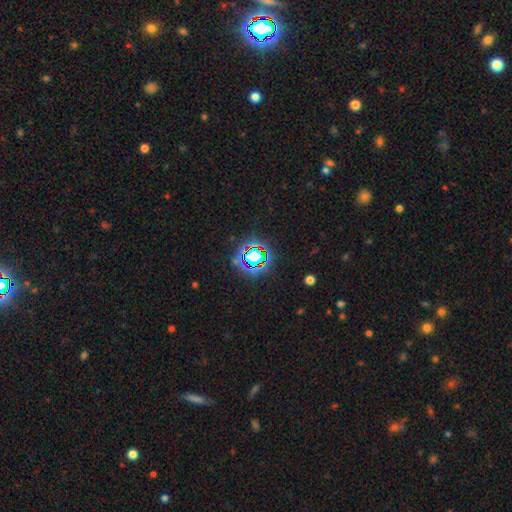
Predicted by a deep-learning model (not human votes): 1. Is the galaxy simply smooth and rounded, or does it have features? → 72% star or artifact, 17% smooth, 12% featured or disk.